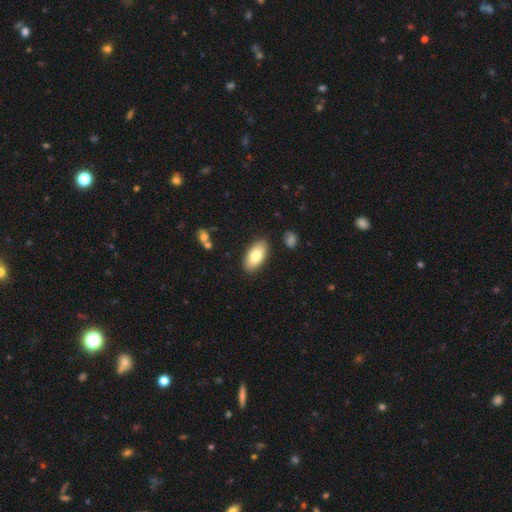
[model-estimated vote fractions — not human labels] Smooth or featured? smooth (79%)
How rounded? in between (93%)
Merging? none (87%)